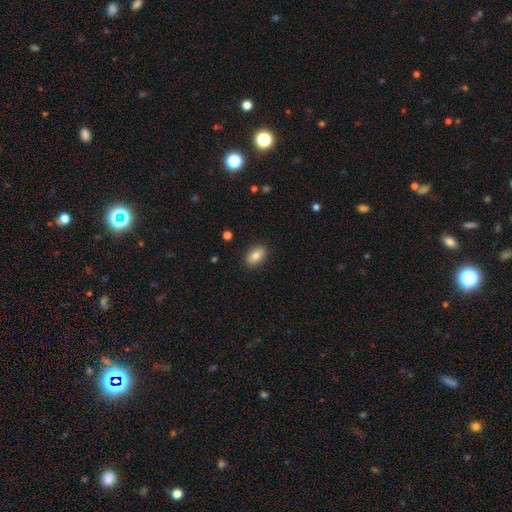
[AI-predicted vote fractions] Smooth or featured? smooth (83%)
How rounded? in between (87%)
Merging? none (88%)